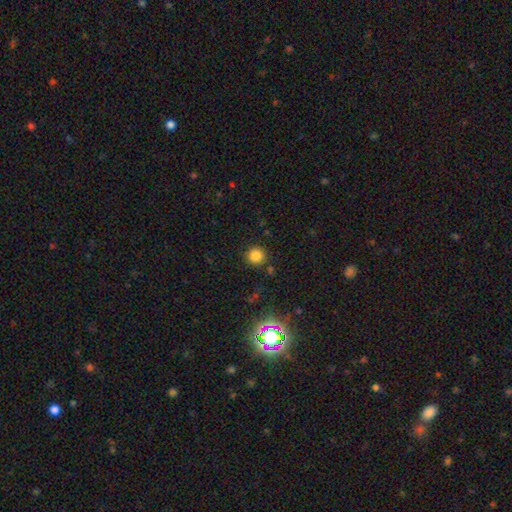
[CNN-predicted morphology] smooth-or-featured: smooth: 80% | star or artifact: 15% | featured or disk: 5%
  how-rounded: round: 93% | in between: 6% | cigar-shaped: 1%
  merging: none: 87% | minor disturbance: 8% | merger: 3% | major disturbance: 3%